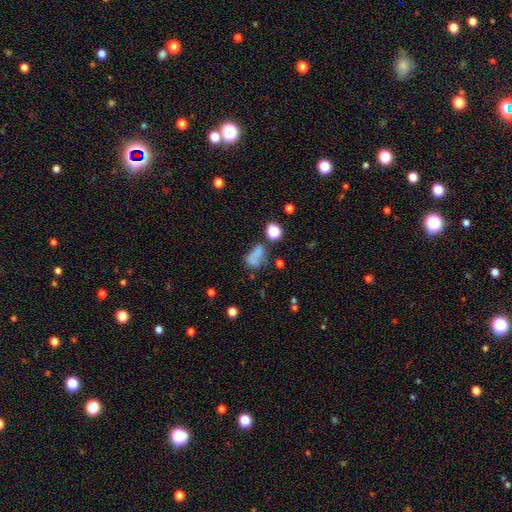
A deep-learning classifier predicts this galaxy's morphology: Overall: smooth (65%). How rounded: in between (75%). Merging: none (34%; merger 25%).